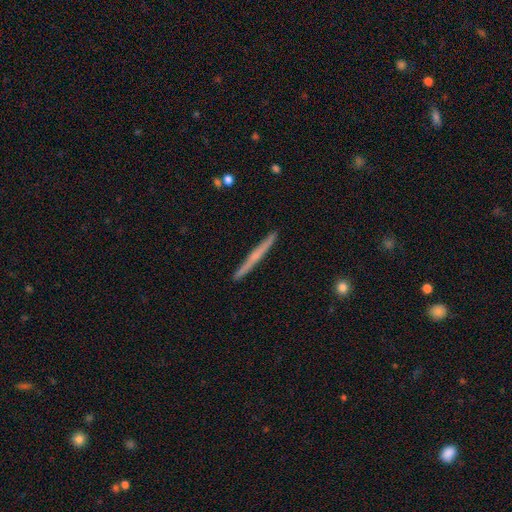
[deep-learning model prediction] A featured or disk galaxy (55%) viewed edge-on (98%) with no central bulge (64%).

Vote fractions:
- Smooth or featured? featured or disk: 55% / smooth: 40% / star or artifact: 6%
- Edge-on disk? yes: 98% / no: 2%
- Edge-on bulge? none: 64% / rounded: 31% / boxy: 6%
- Merging? none: 92% / minor disturbance: 6% / major disturbance: 1% / merger: 1%